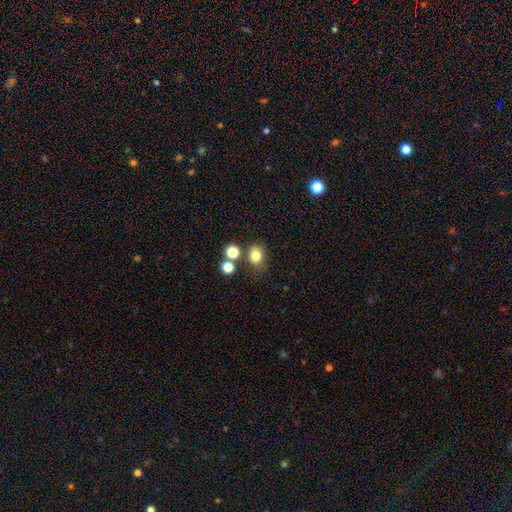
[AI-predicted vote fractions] Smooth or featured? Predicted: smooth (p=0.80). How rounded? Predicted: round (p=0.59). Merging? Predicted: none (p=0.71).